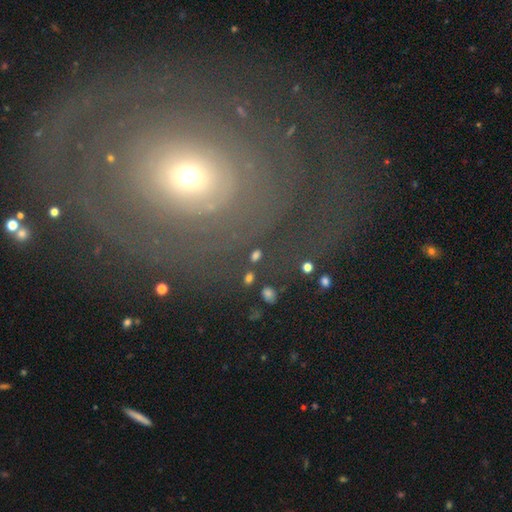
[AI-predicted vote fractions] Smooth or featured: smooth — 35% (tied with featured or disk — 35%)
Merging: none — 69% (minor disturbance — 13%)